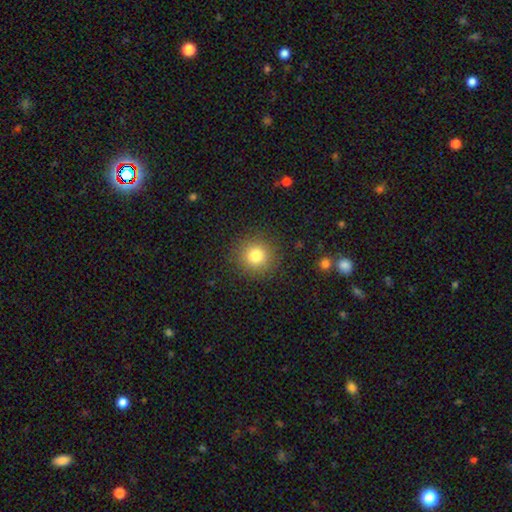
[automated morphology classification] smooth-or-featured: smooth: 80% | star or artifact: 13% | featured or disk: 7%
  how-rounded: round: 94% | in between: 5% | cigar-shaped: 1%
  merging: none: 90% | minor disturbance: 6% | major disturbance: 3% | merger: 1%